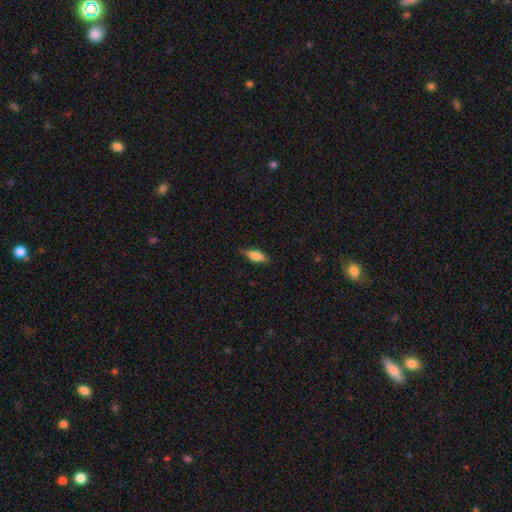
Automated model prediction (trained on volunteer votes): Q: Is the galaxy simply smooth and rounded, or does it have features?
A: smooth — 64%.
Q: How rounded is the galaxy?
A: in between — 63%.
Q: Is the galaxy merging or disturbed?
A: none — 82%.